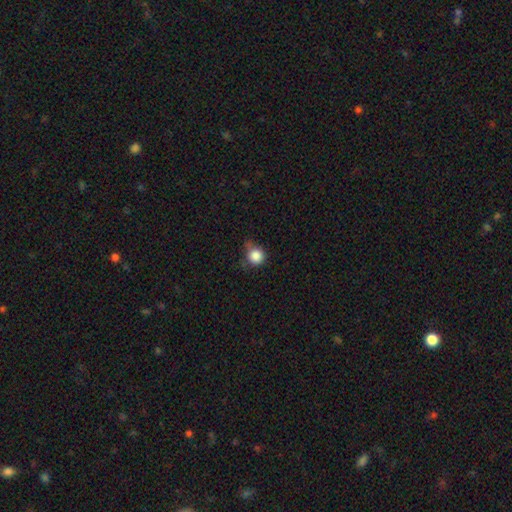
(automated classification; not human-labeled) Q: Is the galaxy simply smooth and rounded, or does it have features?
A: smooth — 84%.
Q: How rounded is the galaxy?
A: round — 90%.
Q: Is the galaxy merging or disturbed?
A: none — 52%.